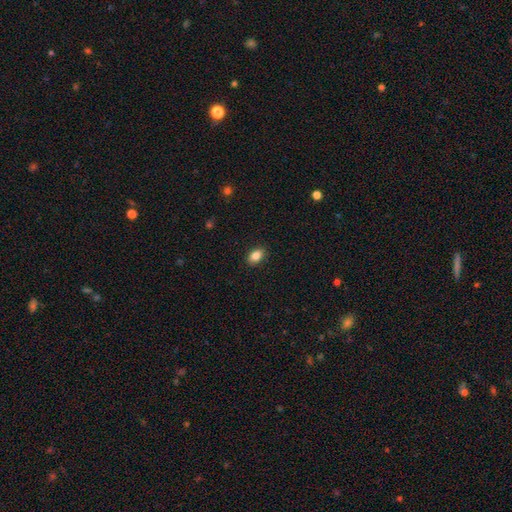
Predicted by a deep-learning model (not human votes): smooth 86%, star or artifact 9%, featured or disk 6%. Down the decision tree: how rounded — in between (84%); merging — none (89%).